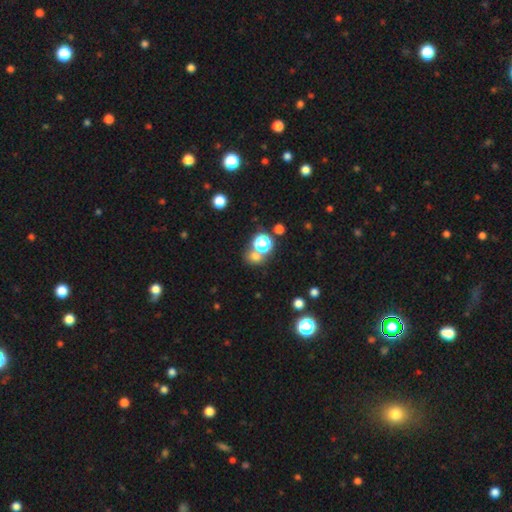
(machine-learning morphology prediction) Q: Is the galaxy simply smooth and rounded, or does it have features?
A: smooth — 61%.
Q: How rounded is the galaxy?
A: round — 74%.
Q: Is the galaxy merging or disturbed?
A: none — 59%.